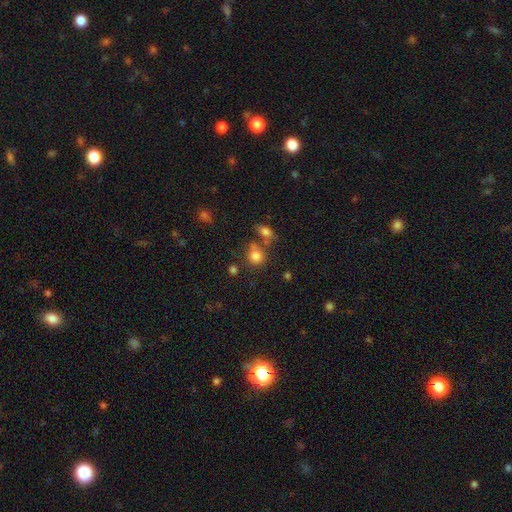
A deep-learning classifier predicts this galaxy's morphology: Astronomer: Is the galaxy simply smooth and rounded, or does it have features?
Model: smooth — 80%.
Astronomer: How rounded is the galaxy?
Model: round — 81%.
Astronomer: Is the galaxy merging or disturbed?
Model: none — 59%.